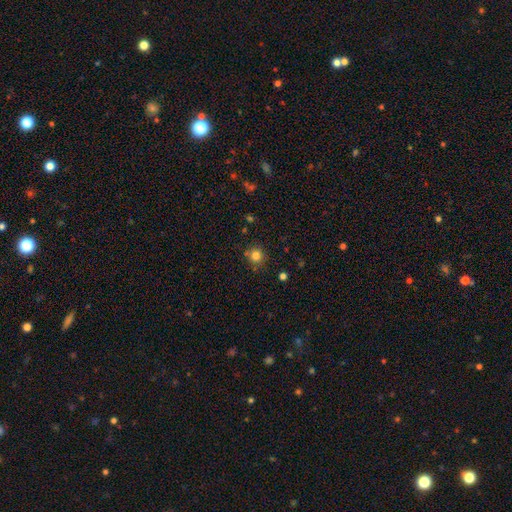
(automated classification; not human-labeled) This is clearly a smooth galaxy (81%). How rounded: clearly round (90%). Merging: clearly none (81%).